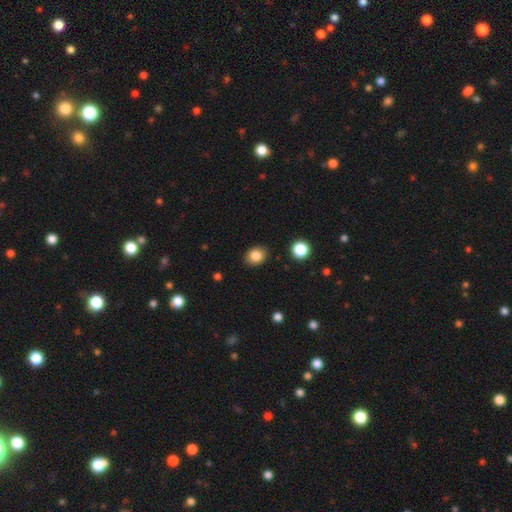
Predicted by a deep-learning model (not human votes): Morphology: type=smooth (84%); roundness=in between (50%); merging=none (88%).